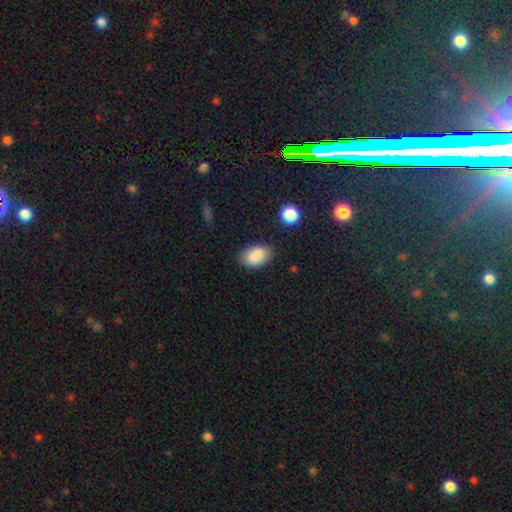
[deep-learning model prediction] smooth_or_featured: smooth (p=0.88) [alt: star or artifact p=0.07]
how_rounded: in between (p=0.91) [alt: round p=0.08]
merging: none (p=0.81) [alt: minor disturbance p=0.14]